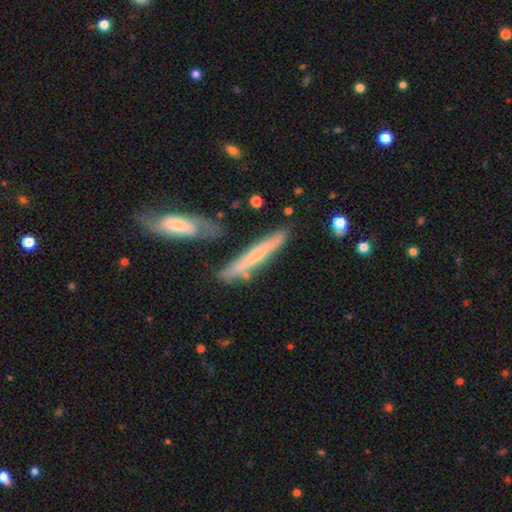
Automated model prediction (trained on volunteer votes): This appears to be a smooth galaxy with no disk features (51%) that is cigar-shaped (93%). Merging: none (73%).